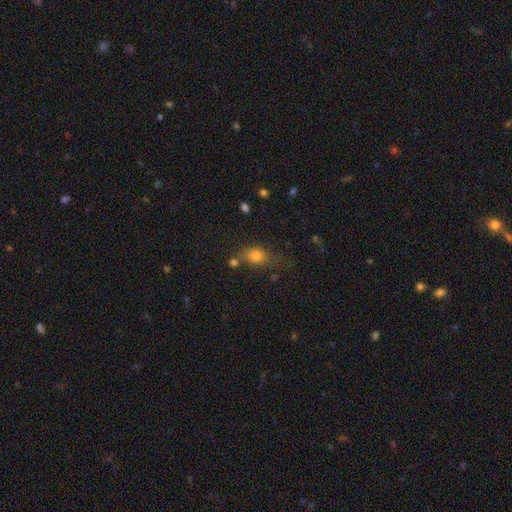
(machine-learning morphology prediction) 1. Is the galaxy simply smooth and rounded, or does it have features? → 75% smooth, 15% star or artifact, 10% featured or disk.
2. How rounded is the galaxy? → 56% in between, 41% round, 4% cigar-shaped.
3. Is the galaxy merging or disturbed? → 57% none, 21% minor disturbance, 13% merger, 10% major disturbance.